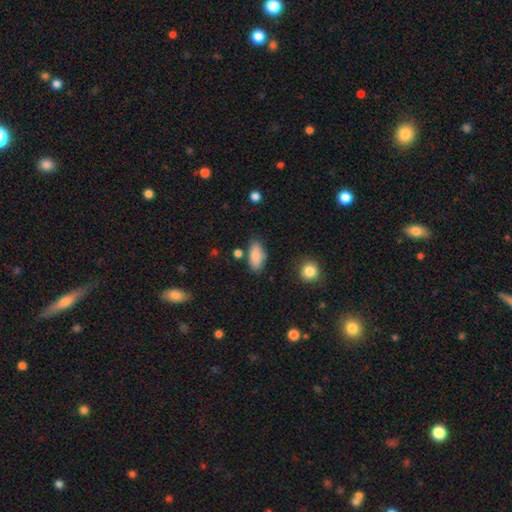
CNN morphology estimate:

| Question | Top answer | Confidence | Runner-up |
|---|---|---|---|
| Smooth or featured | smooth | 87% | star or artifact (7%) |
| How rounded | in between | 88% | cigar-shaped (9%) |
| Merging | none | 74% | minor disturbance (16%) |